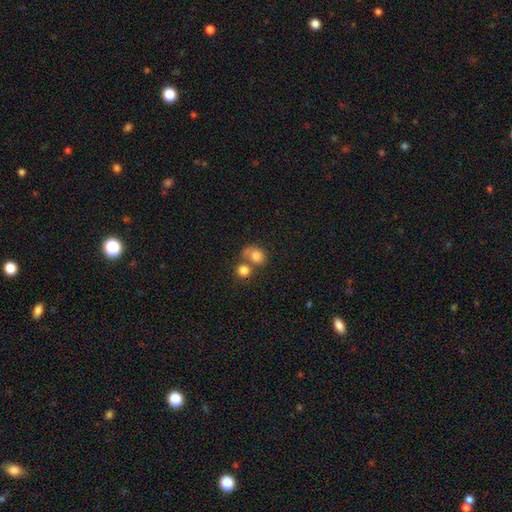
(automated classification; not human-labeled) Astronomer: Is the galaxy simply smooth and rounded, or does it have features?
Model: smooth — 78%.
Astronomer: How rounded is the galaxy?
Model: round — 58% (runner-up: in between, 41%).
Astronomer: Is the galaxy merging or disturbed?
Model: merger — 49% (runner-up: none, 30%).